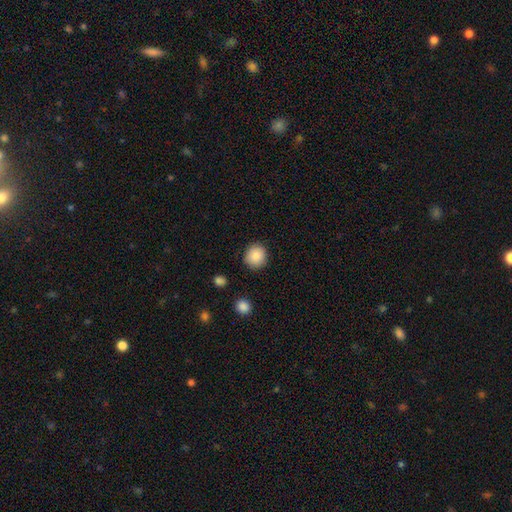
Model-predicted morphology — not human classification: smooth_or_featured: smooth (p=0.88) [alt: star or artifact p=0.08]
how_rounded: round (p=0.90) [alt: in between p=0.09]
merging: none (p=0.89) [alt: minor disturbance p=0.08]